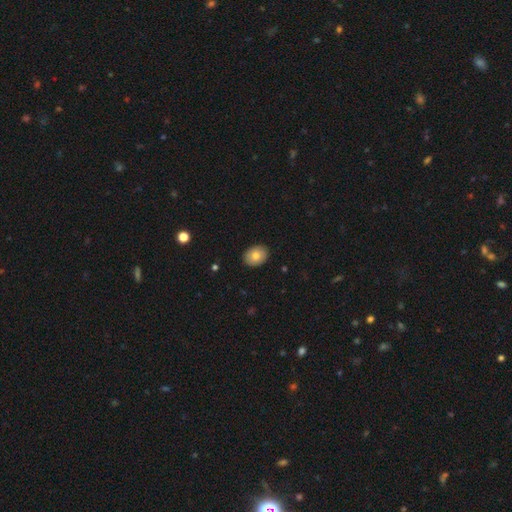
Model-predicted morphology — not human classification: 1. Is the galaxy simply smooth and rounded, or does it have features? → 81% smooth, 12% featured or disk, 7% star or artifact.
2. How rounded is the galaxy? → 68% in between, 31% round, 1% cigar-shaped.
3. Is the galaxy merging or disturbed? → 90% none, 7% minor disturbance, 2% major disturbance, 1% merger.